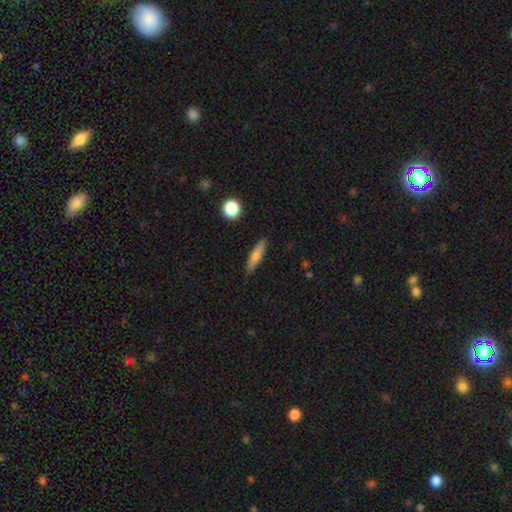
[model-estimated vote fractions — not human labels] smooth_or_featured: smooth (p=0.69) [alt: featured or disk p=0.23]
how_rounded: cigar-shaped (p=0.82) [alt: in between p=0.15]
merging: none (p=0.88) [alt: minor disturbance p=0.08]